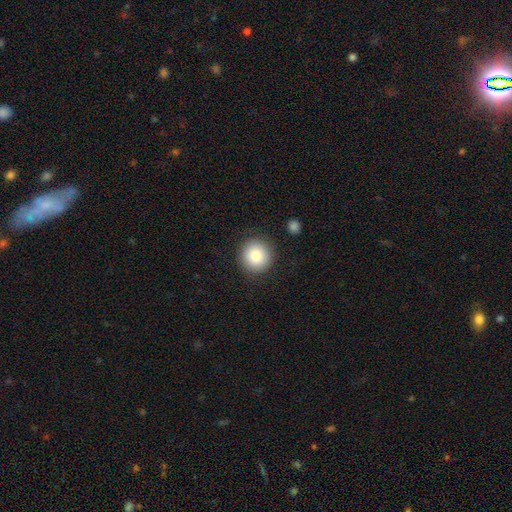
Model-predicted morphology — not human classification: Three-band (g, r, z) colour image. It shows a smooth galaxy with no disk features (82%) that is round (92%). Merging: none (89%).